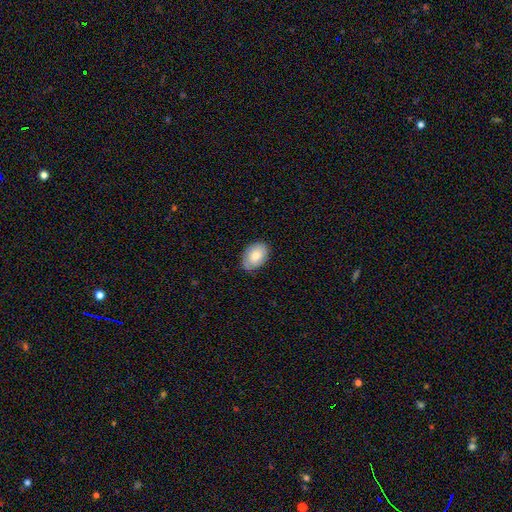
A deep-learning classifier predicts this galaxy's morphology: smooth 78%, featured or disk 15%, star or artifact 6%. Down the decision tree: how rounded — in between (87%); merging — none (77%).